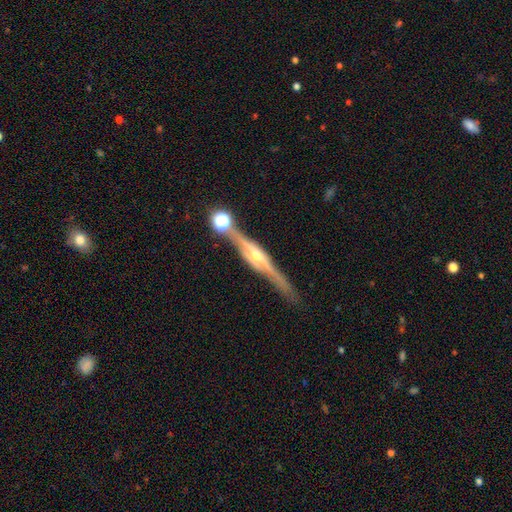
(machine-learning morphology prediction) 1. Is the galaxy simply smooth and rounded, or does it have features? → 86% featured or disk, 7% smooth, 7% star or artifact.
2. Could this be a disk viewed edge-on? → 97% yes, 3% no.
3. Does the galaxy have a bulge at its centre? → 81% rounded, 15% boxy, 4% none.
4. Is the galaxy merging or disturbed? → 81% none, 9% minor disturbance, 7% merger, 3% major disturbance.